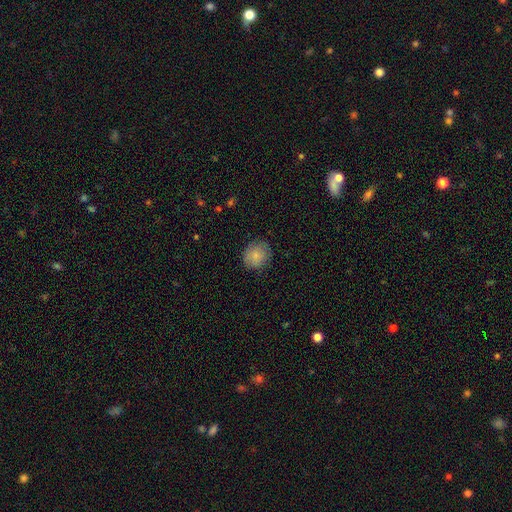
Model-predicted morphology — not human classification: smooth 84%, featured or disk 8%, star or artifact 8%. Down the decision tree: how rounded — round (77%); merging — none (82%).